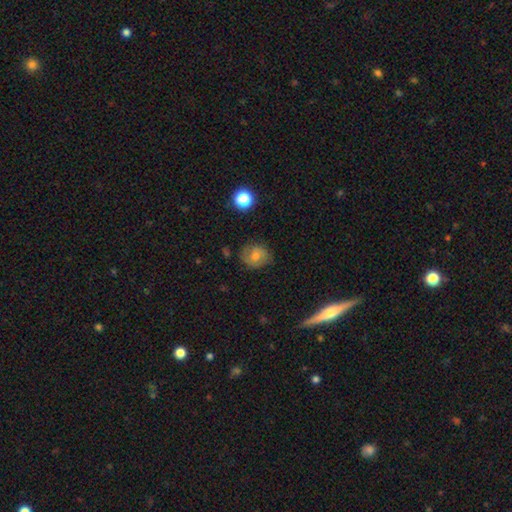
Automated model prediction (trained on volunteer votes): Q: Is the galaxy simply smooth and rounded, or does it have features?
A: smooth — 46%.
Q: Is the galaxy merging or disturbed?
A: none — 76%.